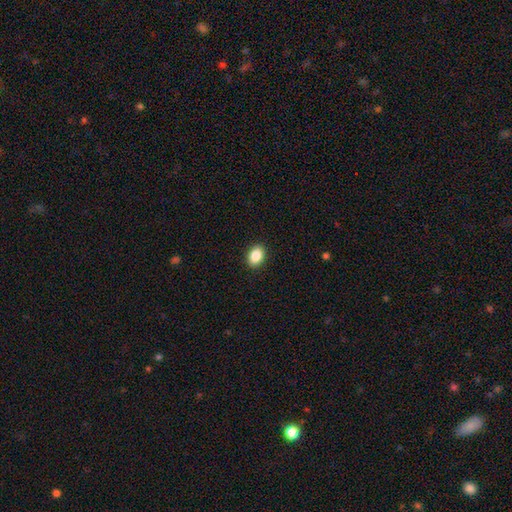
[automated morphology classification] Q: Smooth or featured?
A: smooth (88%); runner-up: star or artifact (8%)
Q: How rounded?
A: in between (79%); runner-up: round (19%)
Q: Merging?
A: none (90%); runner-up: minor disturbance (7%)